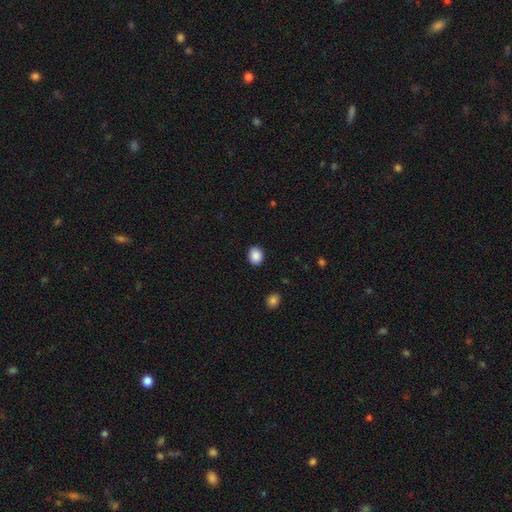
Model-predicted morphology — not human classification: Q: Smooth or featured?
A: smooth (88%); runner-up: star or artifact (8%)
Q: How rounded?
A: round (64%); runner-up: in between (35%)
Q: Merging?
A: none (90%); runner-up: minor disturbance (7%)